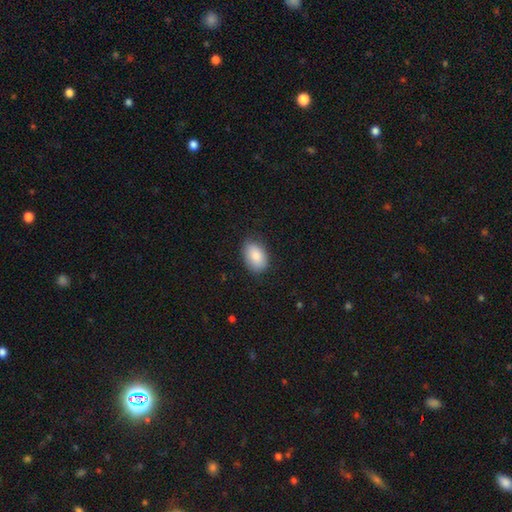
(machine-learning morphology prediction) smooth-or-featured: smooth: 87% | featured or disk: 7% | star or artifact: 6%
  how-rounded: in between: 89% | round: 10% | cigar-shaped: 1%
  merging: none: 81% | minor disturbance: 15% | major disturbance: 3% | merger: 1%